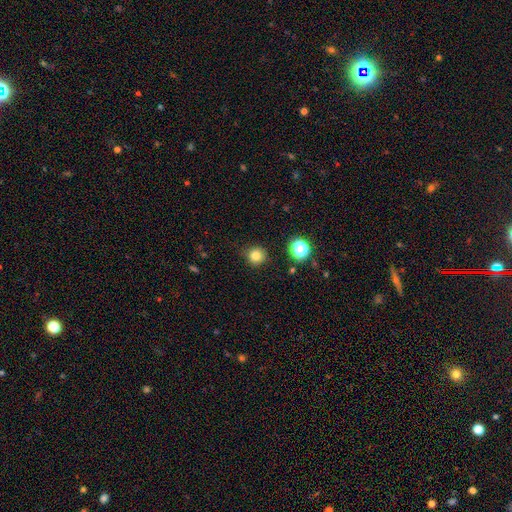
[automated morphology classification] type=smooth (81%); roundness=round (93%); merging=none (88%).